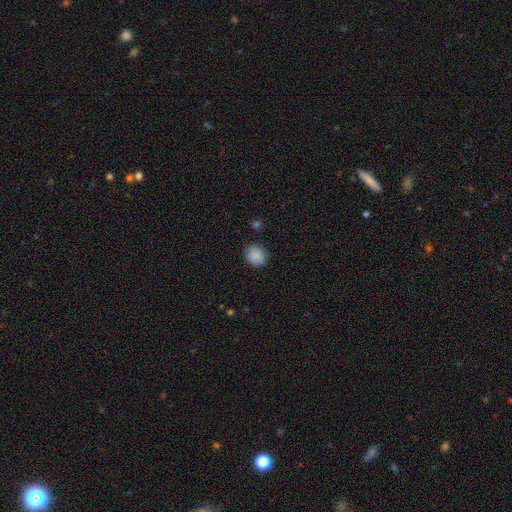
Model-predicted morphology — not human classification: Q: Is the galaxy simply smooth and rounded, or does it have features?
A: smooth — 88%.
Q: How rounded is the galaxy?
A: round — 81%.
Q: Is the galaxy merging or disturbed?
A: none — 85%.